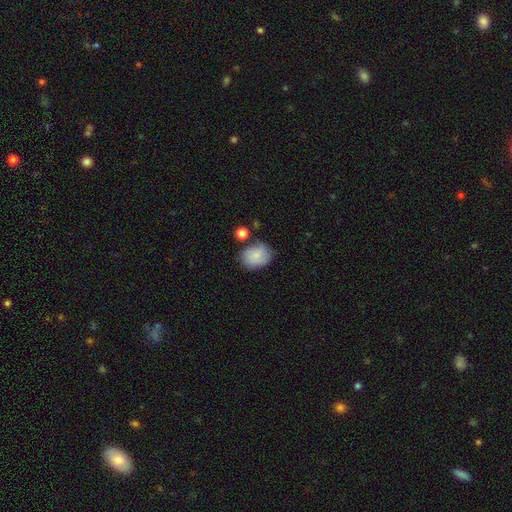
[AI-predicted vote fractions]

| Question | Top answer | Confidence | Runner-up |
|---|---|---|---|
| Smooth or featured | smooth | 82% | featured or disk (11%) |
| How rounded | in between | 60% | round (39%) |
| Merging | none | 70% | minor disturbance (19%) |